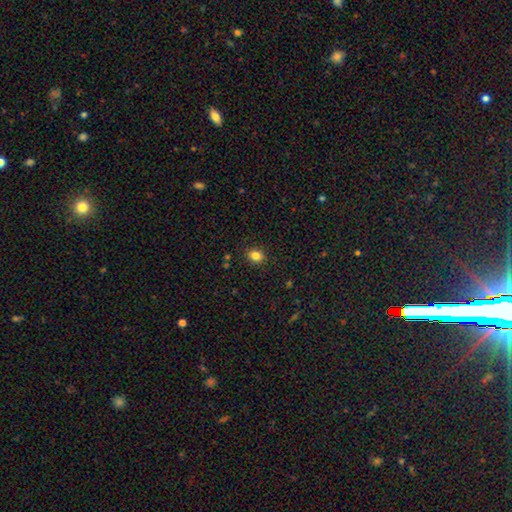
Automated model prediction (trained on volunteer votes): Smooth or featured? Predicted: smooth (p=0.84). How rounded? Predicted: round (p=0.54). Merging? Predicted: none (p=0.89).